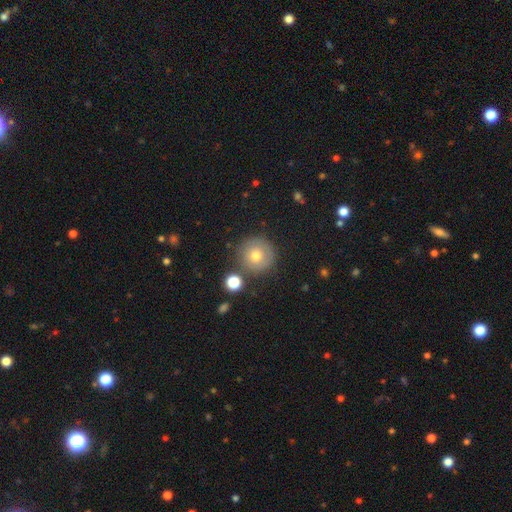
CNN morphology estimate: smooth 70%, featured or disk 19%, star or artifact 11%. Down the decision tree: how rounded — round (95%); merging — none (79%).